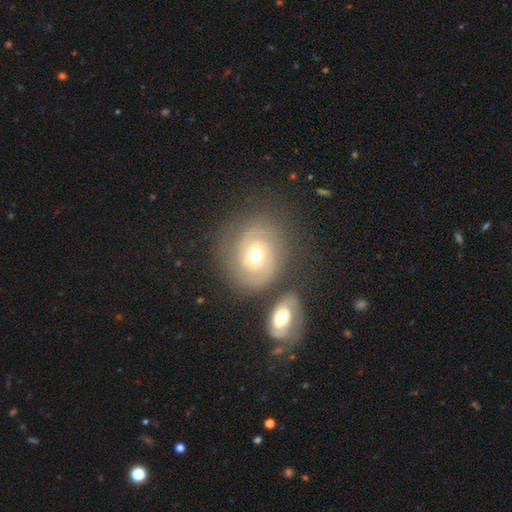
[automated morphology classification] Smooth or featured?
  - featured or disk: 81% *
  - smooth: 12%
  - star or artifact: 6%
Edge-on disk?
  - no: 97% *
  - yes: 3%
Bar?
  - no: 74% *
  - weak: 21%
  - strong: 5%
Spiral arms?
  - yes: 95% *
  - no: 5%
Spiral winding?
  - tight: 72% *
  - medium: 24%
  - loose: 5%
Spiral arm count?
  - 2: 73% *
  - can't tell: 11%
  - 3: 9%
  - 1: 3%
  - 4: 3%
  - more than 4: 2%
Bulge size?
  - moderate: 72% *
  - small: 22%
  - large: 4%
  - dominant: 1%
  - none: 1%
Merging?
  - none: 69% *
  - minor disturbance: 13%
  - merger: 12%
  - major disturbance: 5%